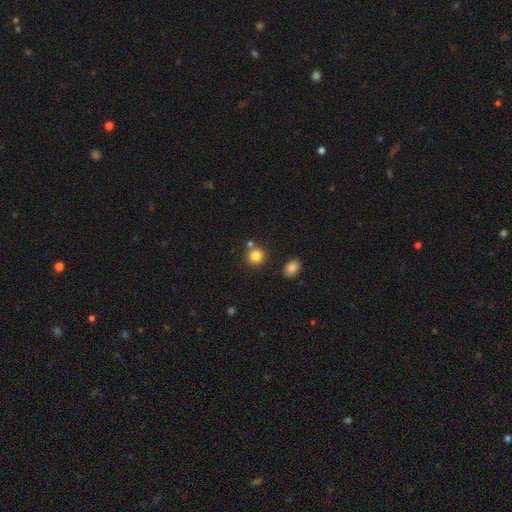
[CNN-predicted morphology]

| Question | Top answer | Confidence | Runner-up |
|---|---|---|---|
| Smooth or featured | smooth | 83% | star or artifact (11%) |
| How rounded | round | 90% | in between (9%) |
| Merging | none | 79% | merger (10%) |